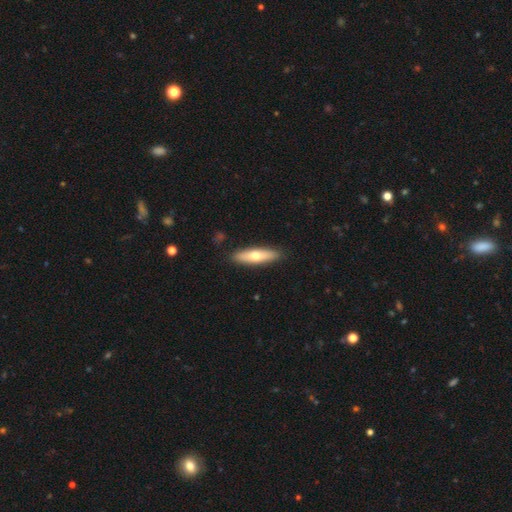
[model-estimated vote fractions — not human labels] The model was most divided on "smooth or featured": smooth: 60%, featured or disk: 35%, star or artifact: 5%. More confident: merging — none (89%); how rounded — cigar-shaped (72%).